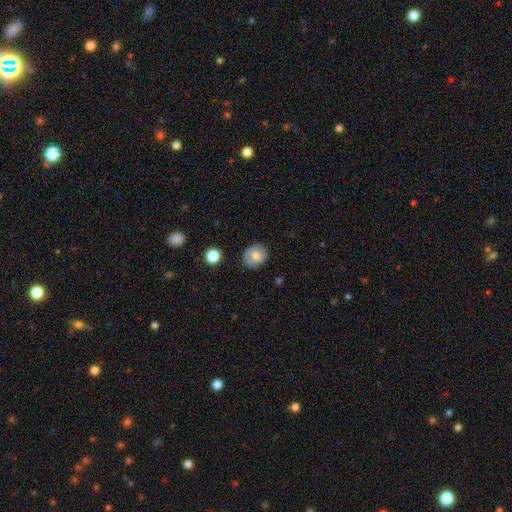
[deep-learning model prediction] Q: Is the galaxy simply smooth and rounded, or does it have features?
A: smooth — 68%.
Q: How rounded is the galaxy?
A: round — 71%.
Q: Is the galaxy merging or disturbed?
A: none — 85%.